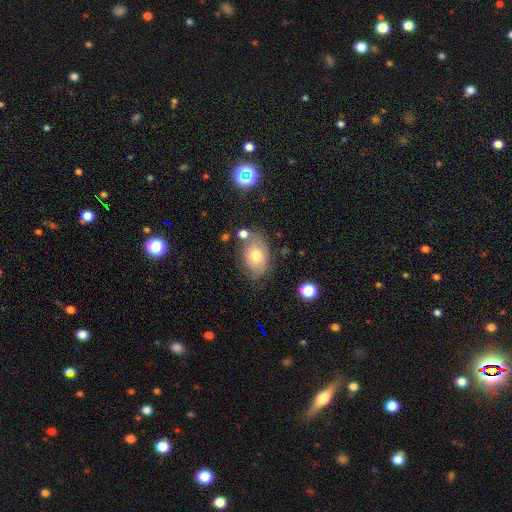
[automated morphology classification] Overall: smooth (63%; featured or disk 28%). How rounded: in between (81%). Merging: none (59%; minor disturbance 24%).